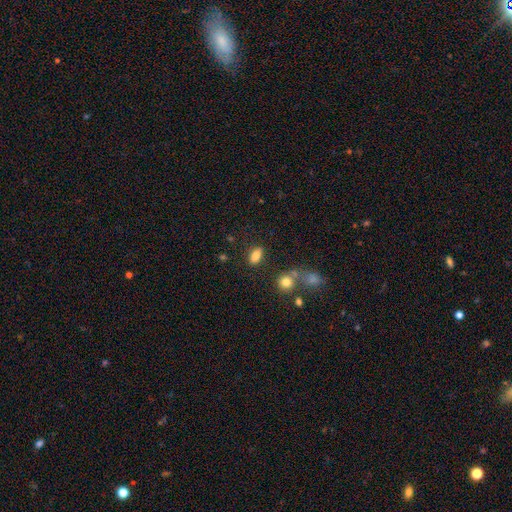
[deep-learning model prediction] smooth 83%, star or artifact 9%, featured or disk 8%. Down the decision tree: how rounded — in between (85%); merging — none (82%).